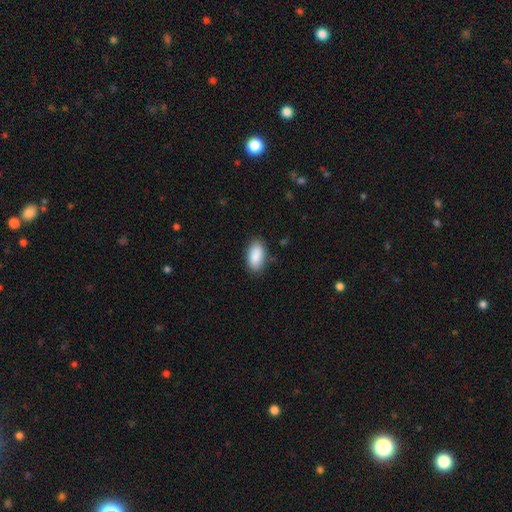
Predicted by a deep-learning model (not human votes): smooth 90%, star or artifact 6%, featured or disk 4%. Down the decision tree: how rounded — in between (93%); merging — none (85%).